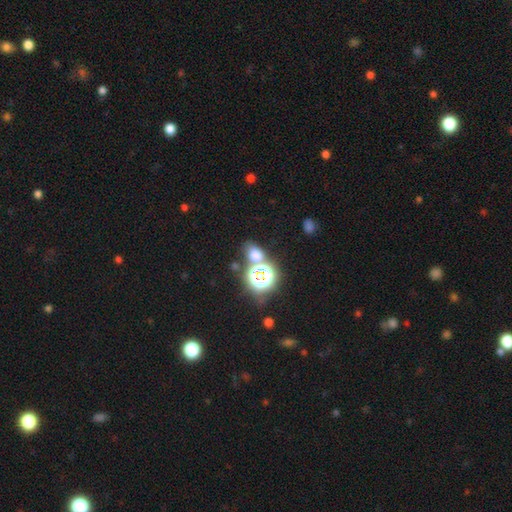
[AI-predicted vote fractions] smooth_or_featured: smooth (p=0.57) [alt: star or artifact p=0.34]
how_rounded: in between (p=0.57) [alt: round p=0.42]
merging: none (p=0.62) [alt: merger p=0.22]